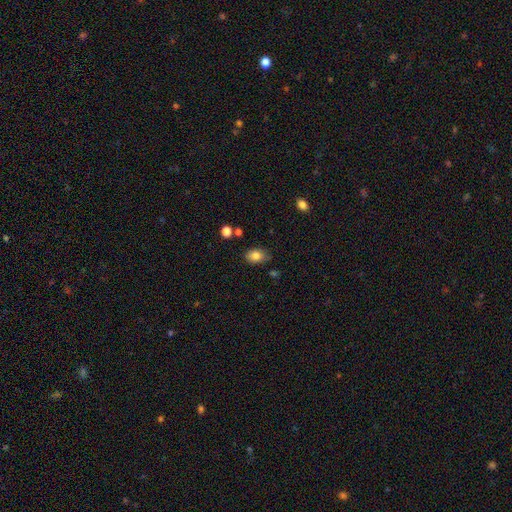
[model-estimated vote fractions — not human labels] The model was most divided on "merging": none: 76%, minor disturbance: 19%, major disturbance: 3%, merger: 3%. More confident: smooth or featured — smooth (82%); how rounded — in between (79%).